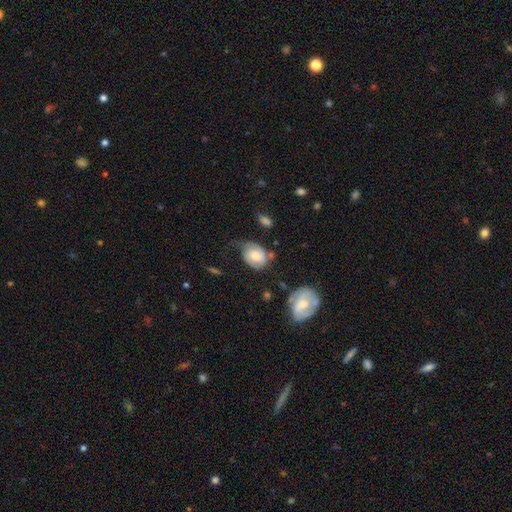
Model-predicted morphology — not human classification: Q: Smooth or featured?
A: smooth (53%); runner-up: featured or disk (40%)
Q: How rounded?
A: in between (62%); runner-up: round (37%)
Q: Merging?
A: none (33%); tied with: minor disturbance (33%)